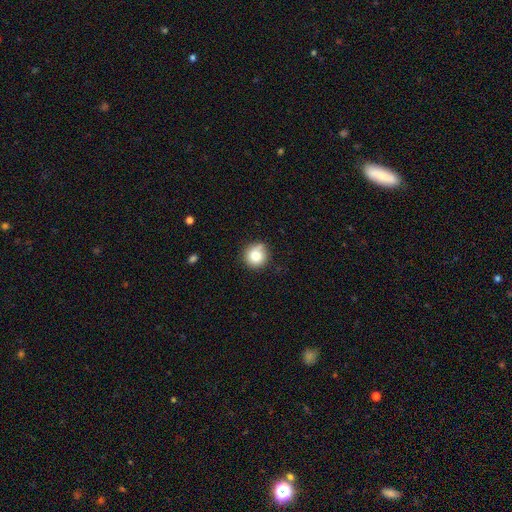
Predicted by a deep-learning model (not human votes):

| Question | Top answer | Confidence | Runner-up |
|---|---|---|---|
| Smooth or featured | smooth | 82% | star or artifact (10%) |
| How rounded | round | 92% | in between (7%) |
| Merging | none | 75% | minor disturbance (17%) |